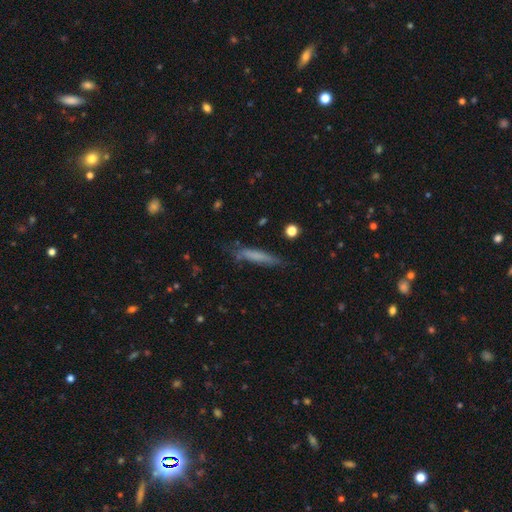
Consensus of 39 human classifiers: Smooth or featured: smooth — 85% (featured or disk — 10%)
How rounded: cigar-shaped — 85% (in between — 15%)
Merging: none — 65% (minor disturbance — 32%)